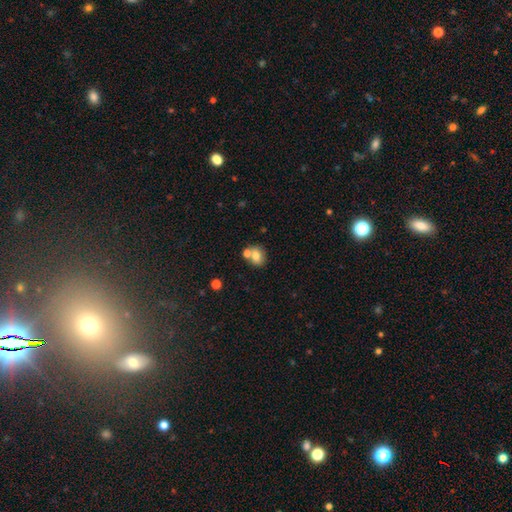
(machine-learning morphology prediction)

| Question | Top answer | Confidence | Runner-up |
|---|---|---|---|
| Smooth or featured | smooth | 76% | featured or disk (14%) |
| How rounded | round | 53% | in between (46%) |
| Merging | none | 50% | merger (36%) |